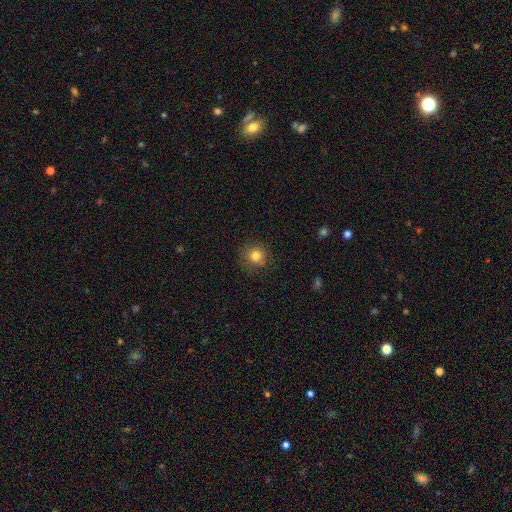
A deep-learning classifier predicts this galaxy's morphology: Smooth or featured? Predicted: smooth (p=0.80). How rounded? Predicted: round (p=0.92). Merging? Predicted: none (p=0.85).